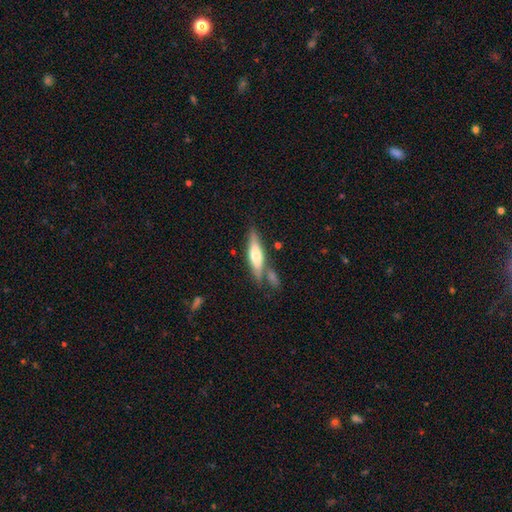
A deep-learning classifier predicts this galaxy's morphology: Smooth or featured: smooth — 52% (featured or disk — 43%)
How rounded: cigar-shaped — 72% (in between — 26%)
Merging: none — 65% (merger — 16%)